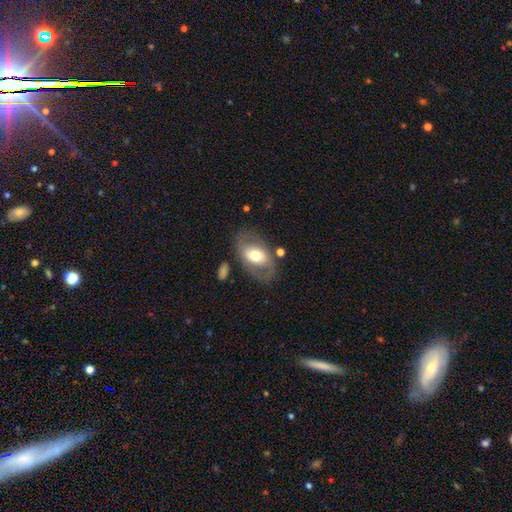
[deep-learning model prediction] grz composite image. It shows a featured or disk galaxy (51%). Merging: none (69%).